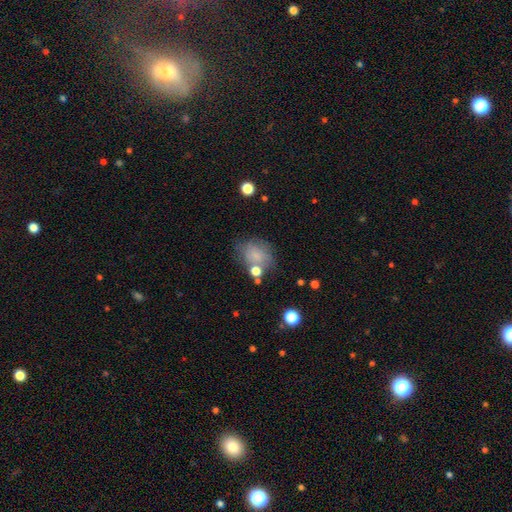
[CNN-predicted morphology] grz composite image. It shows a smooth galaxy with no disk features (71%) that is round (50%). Merging: none (53%).